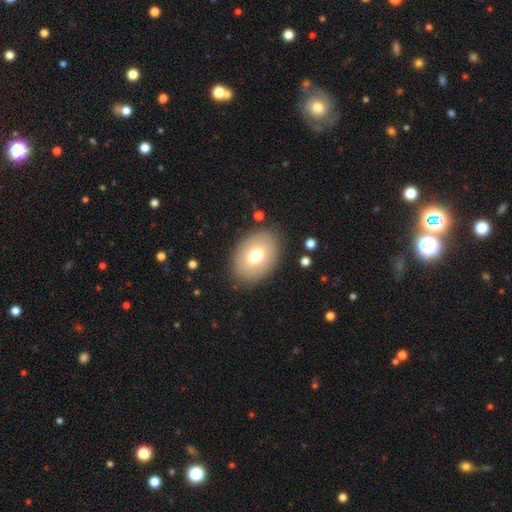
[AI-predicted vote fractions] A smooth galaxy with no disk features (71%) that is in between round and cigar-shaped (81%). Merging: none (85%).